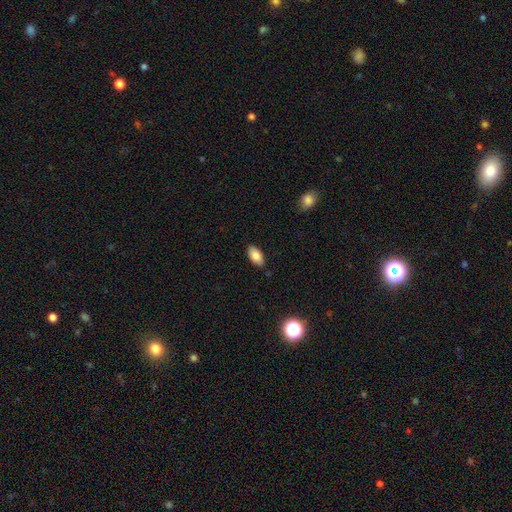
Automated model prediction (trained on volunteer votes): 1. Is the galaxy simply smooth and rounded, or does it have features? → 84% smooth, 8% featured or disk, 8% star or artifact.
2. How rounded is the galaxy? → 94% in between, 4% cigar-shaped, 3% round.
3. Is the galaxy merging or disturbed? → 85% none, 11% minor disturbance, 2% major disturbance, 1% merger.